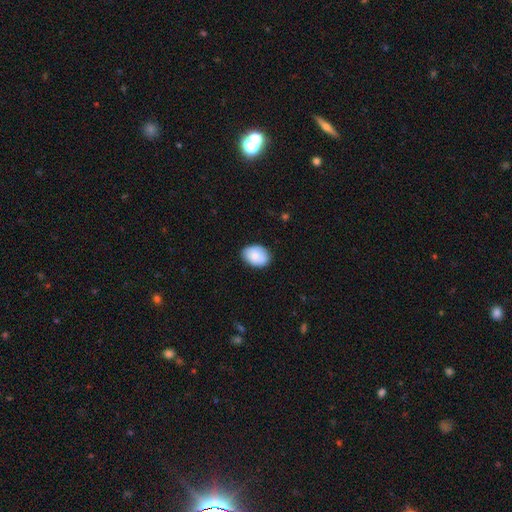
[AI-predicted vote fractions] The model was most divided on "how rounded": in between: 78%, round: 21%, cigar-shaped: 1%. More confident: smooth or featured — smooth (83%); merging — none (82%).